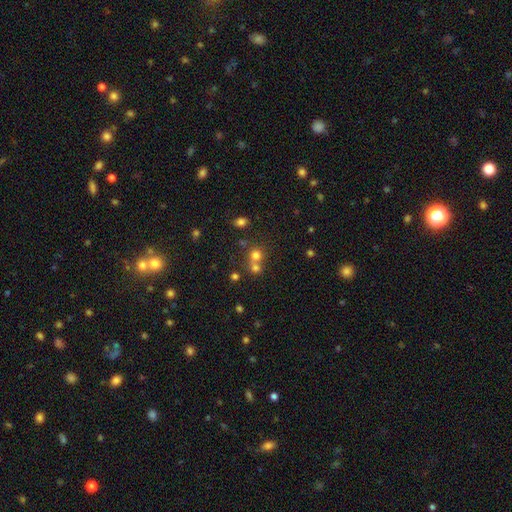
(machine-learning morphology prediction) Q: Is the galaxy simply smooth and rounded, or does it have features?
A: smooth — 70%.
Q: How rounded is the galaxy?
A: round — 85%.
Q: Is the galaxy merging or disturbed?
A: merger — 46%.